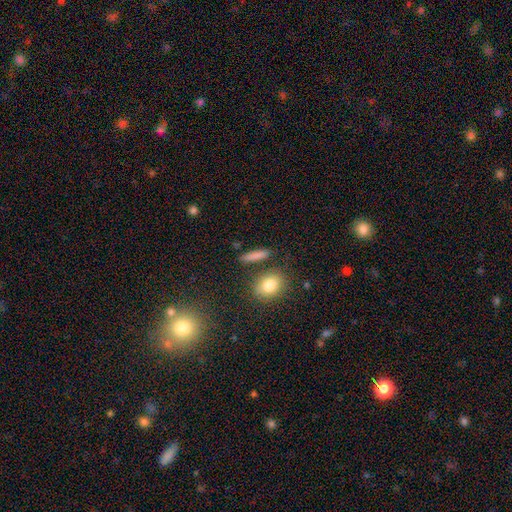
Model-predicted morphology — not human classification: This is clearly a smooth galaxy (81%). How rounded: likely cigar-shaped (66%). Merging: clearly none (83%).